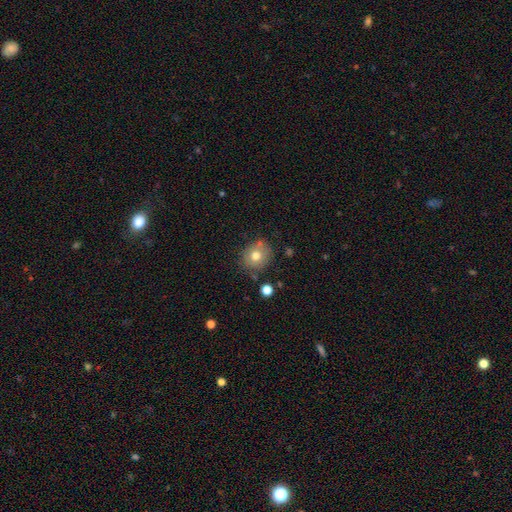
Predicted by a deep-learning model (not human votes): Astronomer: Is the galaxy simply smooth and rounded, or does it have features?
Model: smooth — 74%.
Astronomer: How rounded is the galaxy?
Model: round — 77%.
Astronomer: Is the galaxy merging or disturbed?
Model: none — 75%.